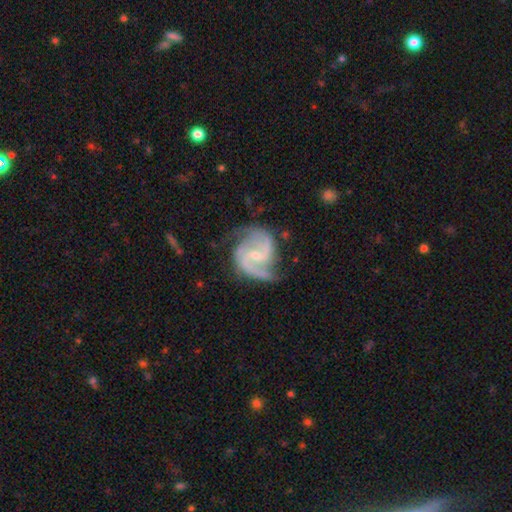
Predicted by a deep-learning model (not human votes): Smooth or featured? featured or disk (92%)
Edge-on disk? no (98%)
Bar? weak (50%)
Spiral arms? yes (98%)
Spiral winding? medium (59%)
Spiral arm count? 2 (80%)
Bulge size? small (64%)
Merging? none (68%)